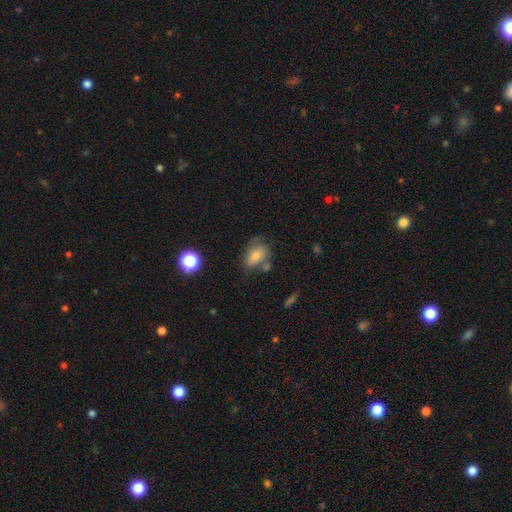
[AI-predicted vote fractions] Smooth or featured? smooth (67%)
How rounded? in between (75%)
Merging? none (52%)